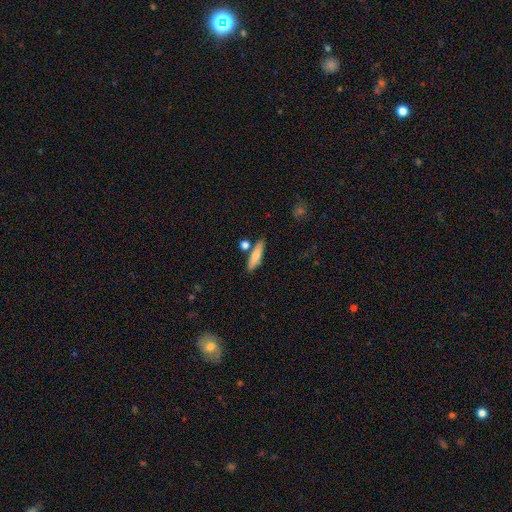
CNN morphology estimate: The model was most divided on "how rounded": cigar-shaped: 72%, in between: 25%, round: 3%. More confident: merging — none (78%); smooth or featured — smooth (74%).